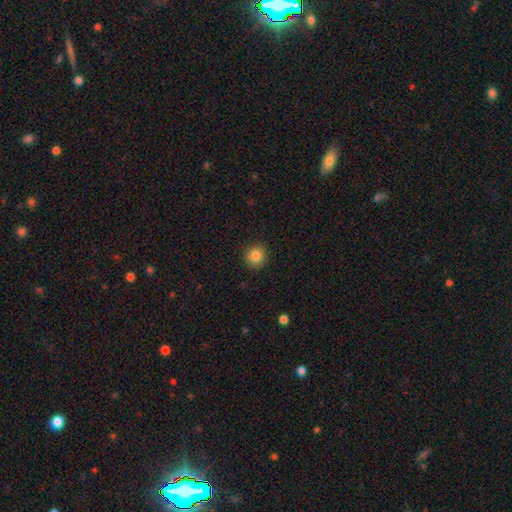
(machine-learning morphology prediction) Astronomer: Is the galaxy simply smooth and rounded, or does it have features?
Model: smooth — 85%.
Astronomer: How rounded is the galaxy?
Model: round — 92%.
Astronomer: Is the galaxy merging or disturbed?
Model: none — 90%.